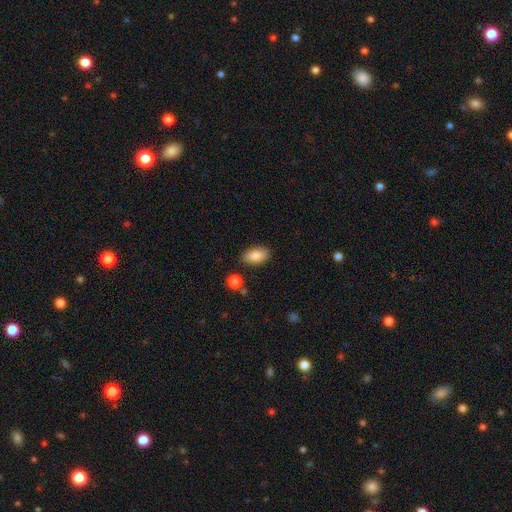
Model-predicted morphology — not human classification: Smooth or featured: smooth — 86% (star or artifact — 7%)
How rounded: in between — 92% (round — 6%)
Merging: none — 84% (minor disturbance — 11%)